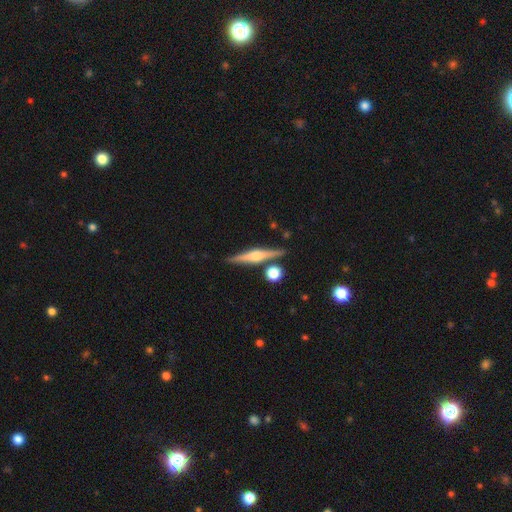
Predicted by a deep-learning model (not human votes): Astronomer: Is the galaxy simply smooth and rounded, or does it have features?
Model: featured or disk — 75%.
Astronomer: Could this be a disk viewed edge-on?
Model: yes — 98%.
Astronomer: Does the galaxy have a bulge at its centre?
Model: rounded — 85%.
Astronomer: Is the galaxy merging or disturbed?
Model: none — 84%.